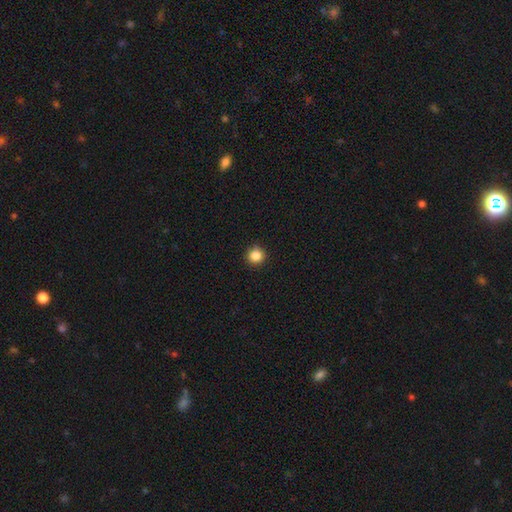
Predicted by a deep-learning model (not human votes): smooth-or-featured: smooth: 85% | star or artifact: 11% | featured or disk: 4%
  how-rounded: round: 94% | in between: 5% | cigar-shaped: 1%
  merging: none: 92% | minor disturbance: 5% | major disturbance: 2% | merger: 1%